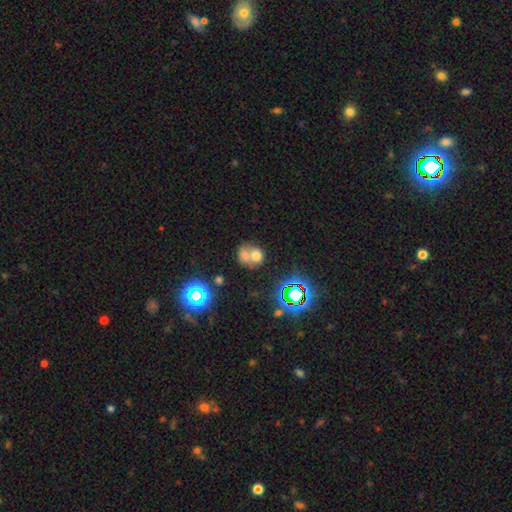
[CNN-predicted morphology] Overall: smooth (62%). How rounded: round (66%; in between 33%). Merging: merger (66%).